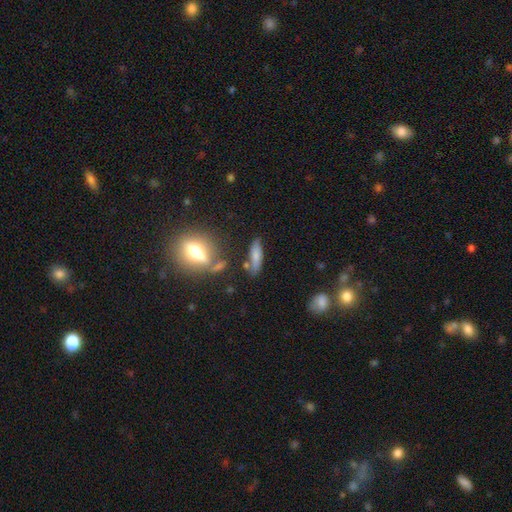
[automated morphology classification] smooth-or-featured: smooth: 70% | featured or disk: 21% | star or artifact: 9%
  how-rounded: cigar-shaped: 61% | in between: 36% | round: 3%
  merging: none: 70% | minor disturbance: 17% | merger: 8% | major disturbance: 5%